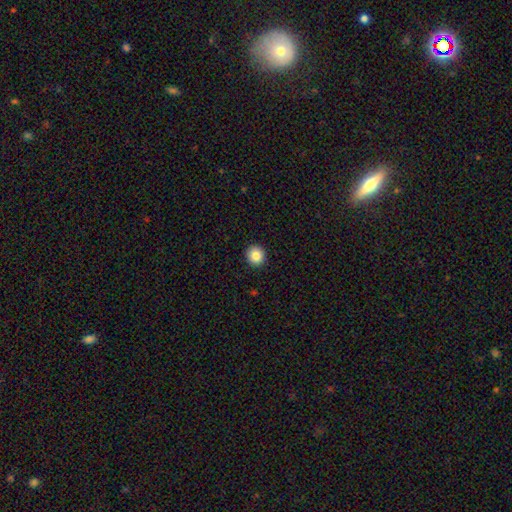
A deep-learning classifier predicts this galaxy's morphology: Q: Smooth or featured?
A: smooth (85%); runner-up: star or artifact (9%)
Q: How rounded?
A: round (90%); runner-up: in between (10%)
Q: Merging?
A: none (93%); runner-up: minor disturbance (5%)